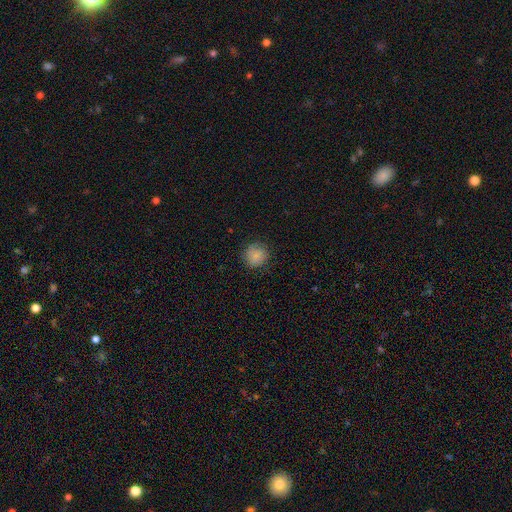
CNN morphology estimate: Smooth or featured? Predicted: smooth (p=0.83). How rounded? Predicted: round (p=0.90). Merging? Predicted: none (p=0.81).